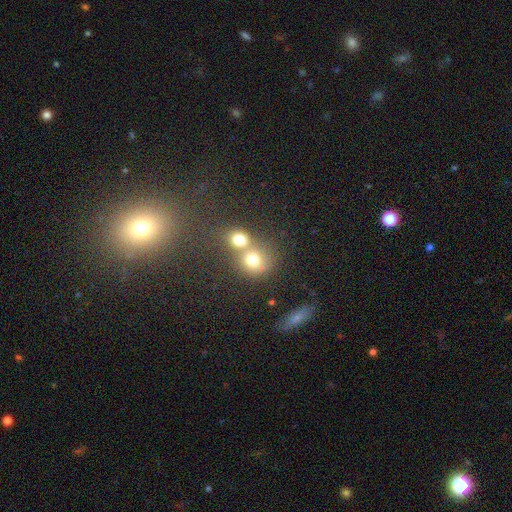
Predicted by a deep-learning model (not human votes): A smooth galaxy with no disk features (62%) that is round (79%).

Vote fractions:
- Smooth or featured? smooth: 62% / star or artifact: 24% / featured or disk: 14%
- How rounded? round: 79% / in between: 20% / cigar-shaped: 1%
- Merging? none: 47% / merger: 40% / minor disturbance: 8% / major disturbance: 5%